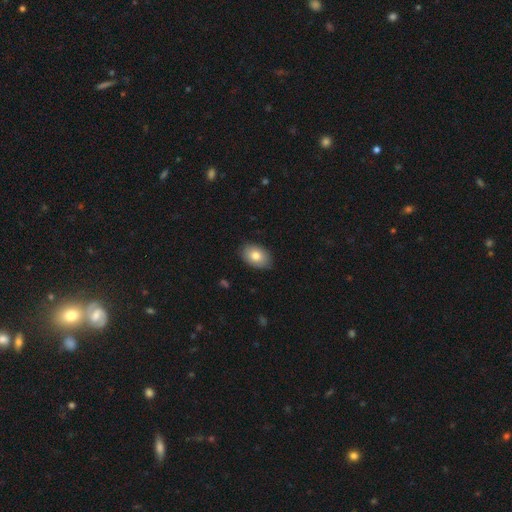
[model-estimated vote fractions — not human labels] Smooth or featured? Predicted: smooth (p=0.80). How rounded? Predicted: in between (p=0.84). Merging? Predicted: none (p=0.86).